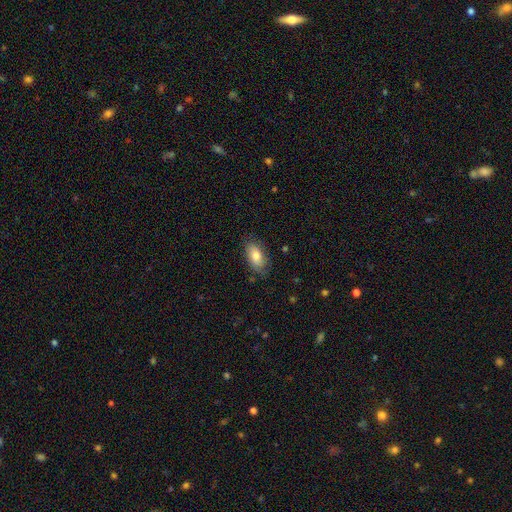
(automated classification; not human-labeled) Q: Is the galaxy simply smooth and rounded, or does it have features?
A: smooth — 80%.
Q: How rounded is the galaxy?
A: in between — 91%.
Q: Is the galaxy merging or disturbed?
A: none — 77%.